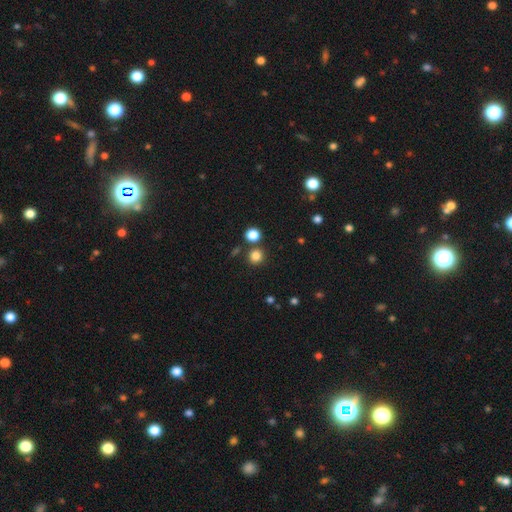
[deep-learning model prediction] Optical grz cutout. It shows a smooth galaxy with no disk features (82%) that is round (91%). Merging: none (80%).